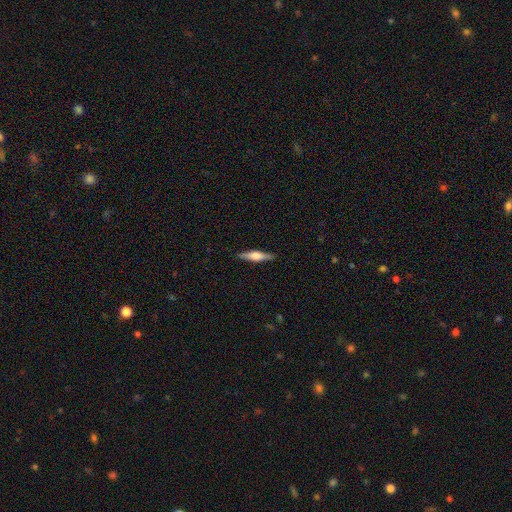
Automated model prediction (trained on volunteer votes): A featured or disk galaxy (53%) viewed edge-on (96%) with a rounded central bulge (75%).

Vote fractions:
- Smooth or featured? featured or disk: 53% / smooth: 41% / star or artifact: 6%
- Edge-on disk? yes: 96% / no: 4%
- Edge-on bulge? rounded: 75% / boxy: 19% / none: 6%
- Merging? none: 89% / minor disturbance: 8% / major disturbance: 2% / merger: 1%